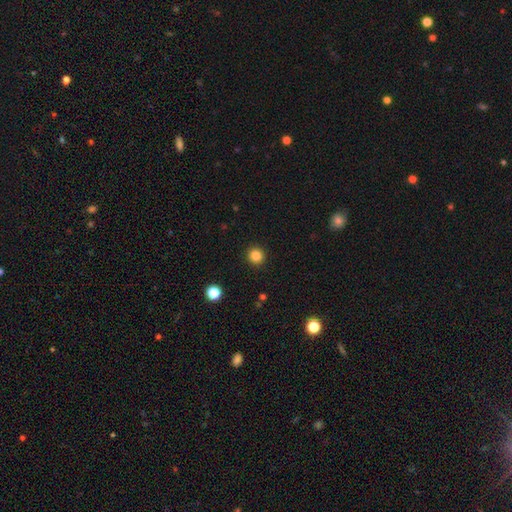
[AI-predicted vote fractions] Q: Smooth or featured?
A: smooth (84%); runner-up: star or artifact (12%)
Q: How rounded?
A: round (94%); runner-up: in between (5%)
Q: Merging?
A: none (92%); runner-up: minor disturbance (5%)